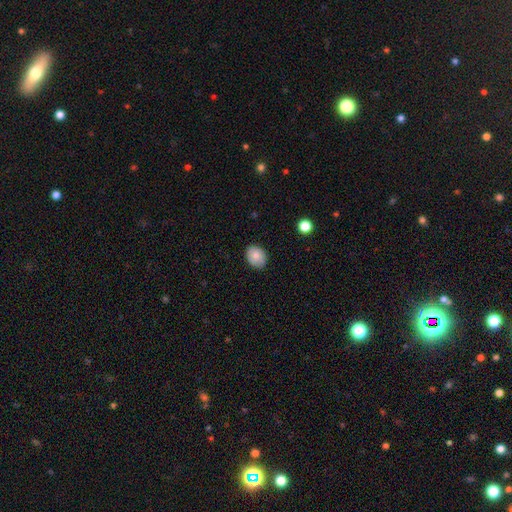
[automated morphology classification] This appears to be a smooth galaxy with no disk features (80%) that is in between round and cigar-shaped (60%). Merging: none (85%).